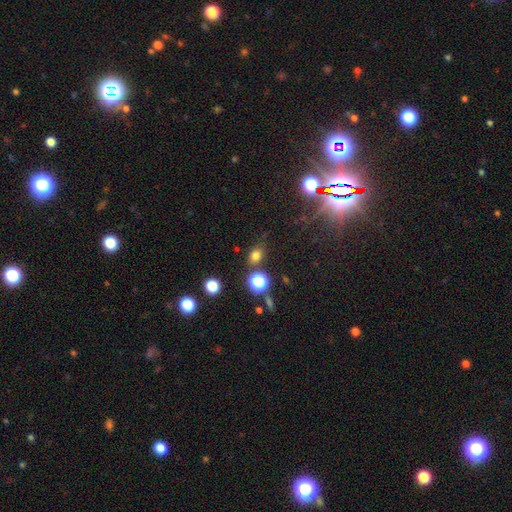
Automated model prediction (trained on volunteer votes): Smooth or featured?
  - smooth: 72% *
  - star or artifact: 21%
  - featured or disk: 7%
How rounded?
  - in between: 57% *
  - round: 41%
  - cigar-shaped: 2%
Merging?
  - none: 76% *
  - minor disturbance: 13%
  - merger: 7%
  - major disturbance: 4%